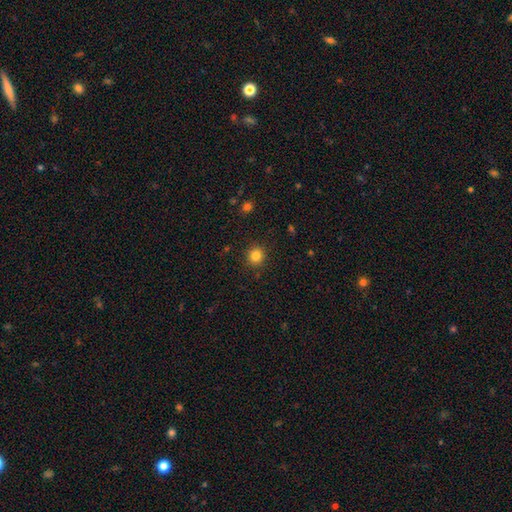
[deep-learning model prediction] Morphology: type=smooth (83%); roundness=round (91%); merging=none (91%).